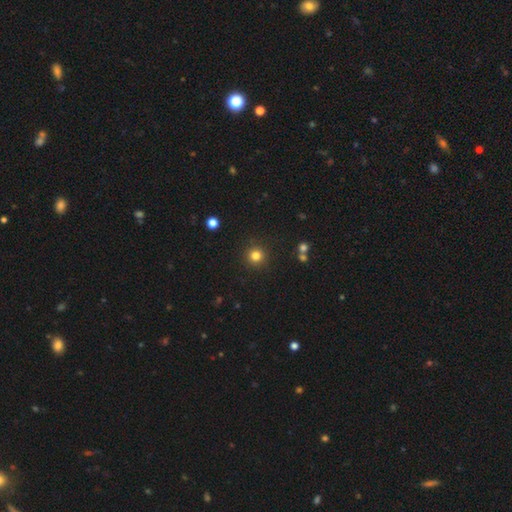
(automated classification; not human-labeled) Smooth or featured? Predicted: smooth (p=0.82). How rounded? Predicted: round (p=0.95). Merging? Predicted: none (p=0.90).